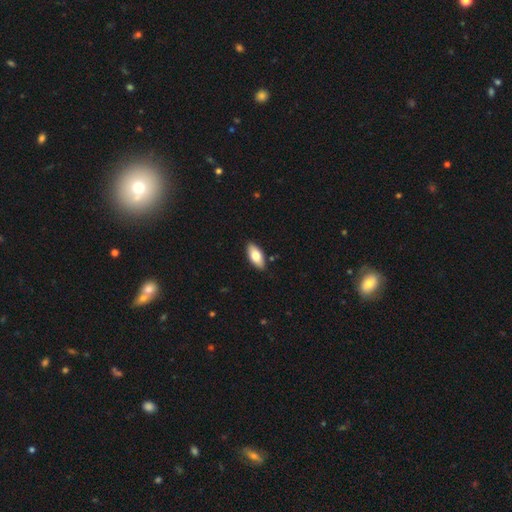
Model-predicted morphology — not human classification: A smooth galaxy with no disk features (77%) that is in between round and cigar-shaped (87%).

Vote fractions:
- Smooth or featured? smooth: 77% / featured or disk: 17% / star or artifact: 6%
- How rounded? in between: 87% / cigar-shaped: 10% / round: 2%
- Merging? none: 88% / minor disturbance: 9% / major disturbance: 2% / merger: 1%